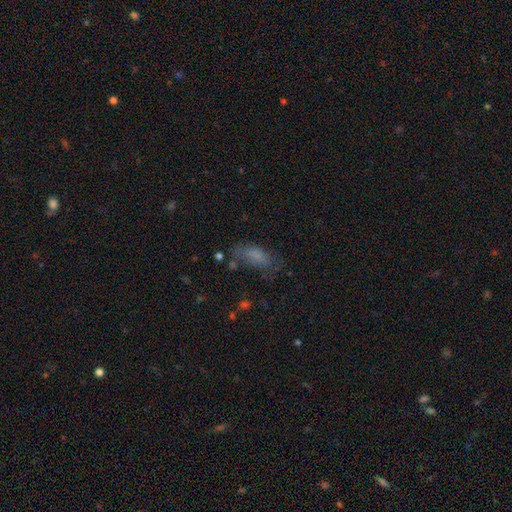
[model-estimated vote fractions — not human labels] Smooth or featured?
  - smooth: 70% *
  - featured or disk: 17%
  - star or artifact: 13%
How rounded?
  - in between: 80% *
  - cigar-shaped: 17%
  - round: 3%
Merging?
  - none: 53% *
  - minor disturbance: 26%
  - major disturbance: 16%
  - merger: 5%